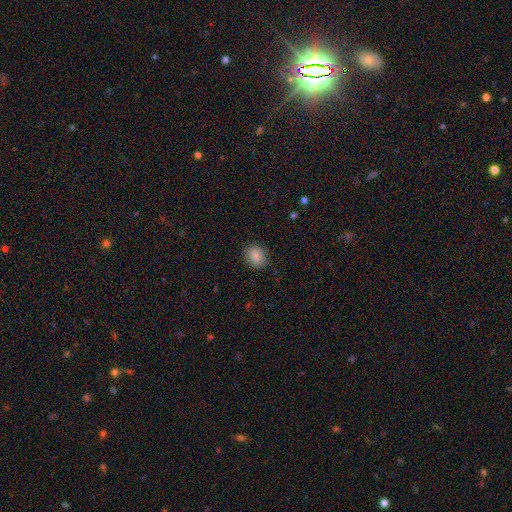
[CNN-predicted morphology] Overall: smooth (87%). How rounded: round (62%; in between 37%). Merging: none (87%).